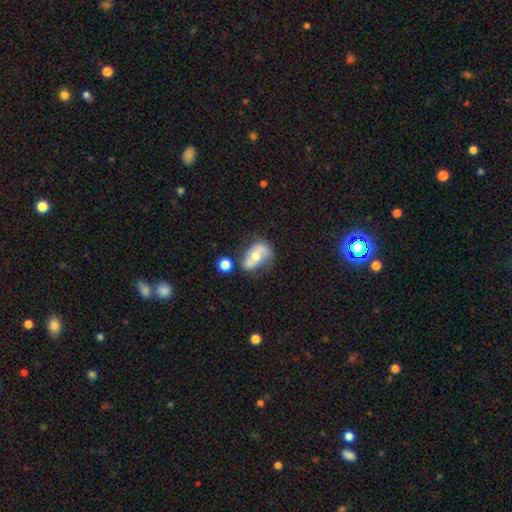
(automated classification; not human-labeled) Overall: featured or disk (50%; smooth 42%). Merging: none (52%; minor disturbance 27%).